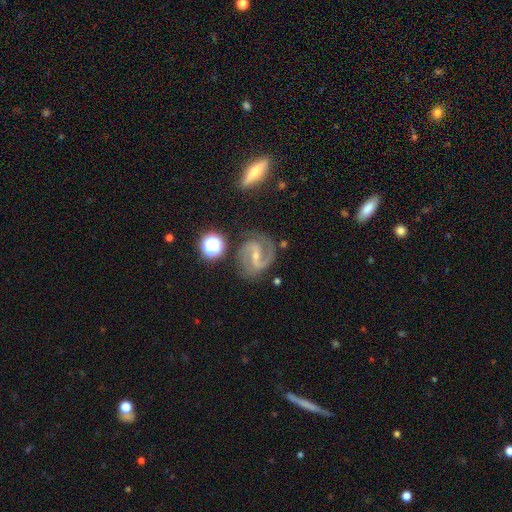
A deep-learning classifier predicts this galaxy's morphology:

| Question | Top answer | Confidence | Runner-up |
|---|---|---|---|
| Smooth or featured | featured or disk | 90% | star or artifact (6%) |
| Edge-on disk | no | 98% | yes (2%) |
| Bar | weak | 44% | strong (41%) |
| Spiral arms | yes | 98% | no (2%) |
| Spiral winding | medium | 61% | tight (24%) |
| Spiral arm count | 2 | 92% | can't tell (2%) |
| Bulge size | small | 68% | moderate (25%) |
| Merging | none | 77% | minor disturbance (15%) |